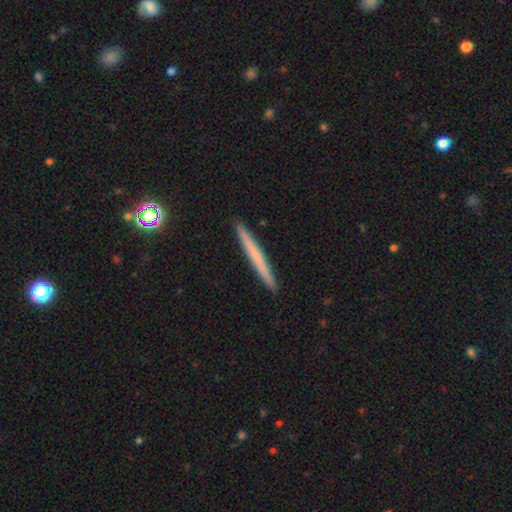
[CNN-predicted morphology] The model was most divided on "smooth or featured": smooth: 57%, featured or disk: 37%, star or artifact: 7%. More confident: how rounded — cigar-shaped (97%); merging — none (93%).